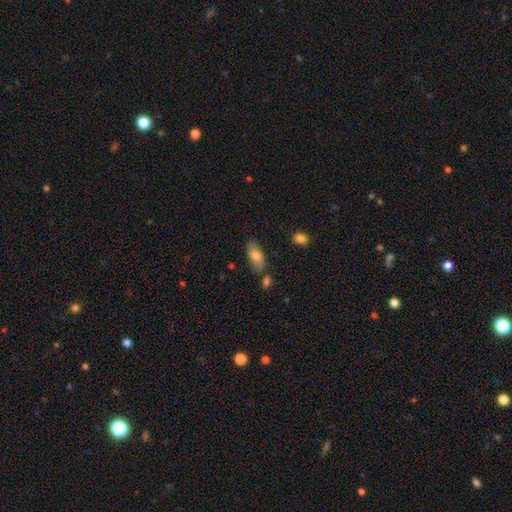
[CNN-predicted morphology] This appears to be a smooth galaxy with no disk features (77%) that is in between round and cigar-shaped (91%). Merging: none (71%).